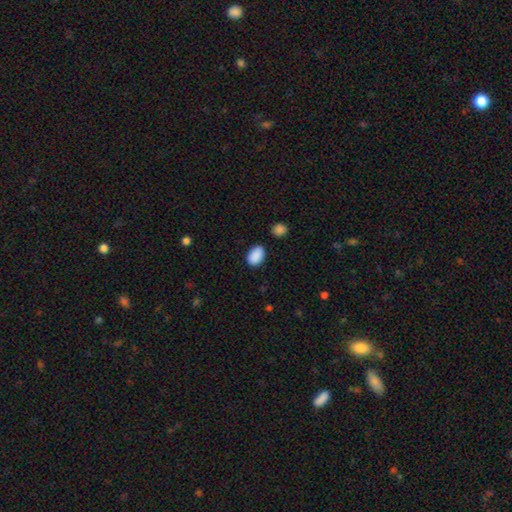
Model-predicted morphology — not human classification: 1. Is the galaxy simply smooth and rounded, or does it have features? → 90% smooth, 7% star or artifact, 3% featured or disk.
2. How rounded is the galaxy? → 88% in between, 11% round, 1% cigar-shaped.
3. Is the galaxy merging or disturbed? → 83% none, 12% minor disturbance, 3% major disturbance, 3% merger.